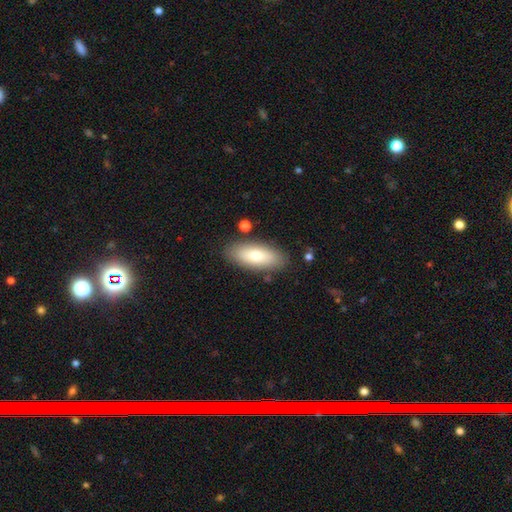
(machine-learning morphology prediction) Q: Smooth or featured?
A: smooth (72%); runner-up: featured or disk (21%)
Q: How rounded?
A: in between (81%); runner-up: cigar-shaped (17%)
Q: Merging?
A: none (85%); runner-up: minor disturbance (10%)